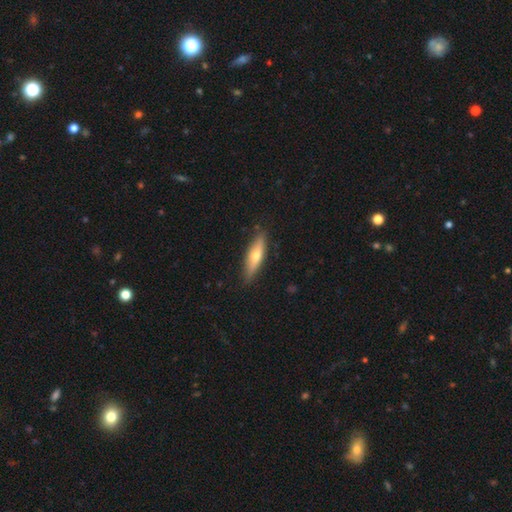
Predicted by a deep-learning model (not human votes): smooth-or-featured: smooth: 49% | featured or disk: 45% | star or artifact: 6%
  merging: none: 86% | minor disturbance: 11% | major disturbance: 2% | merger: 1%